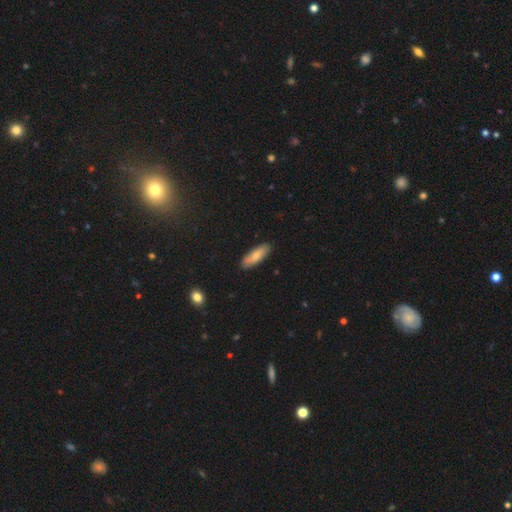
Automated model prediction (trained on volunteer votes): A smooth galaxy with no disk features (72%) that is in between round and cigar-shaped (54%).

Vote fractions:
- Smooth or featured? smooth: 72% / featured or disk: 22% / star or artifact: 6%
- How rounded? in between: 54% / cigar-shaped: 44% / round: 2%
- Merging? none: 86% / minor disturbance: 11% / major disturbance: 2% / merger: 1%